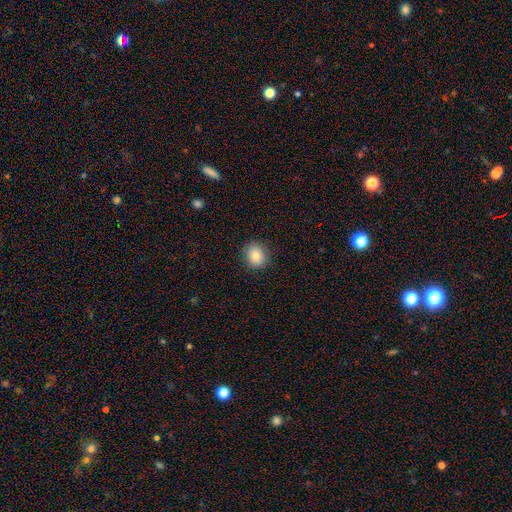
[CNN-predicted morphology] Smooth or featured? smooth (82%)
How rounded? round (71%)
Merging? none (88%)